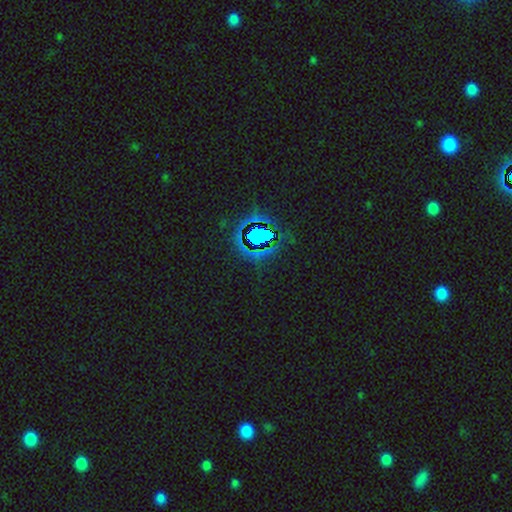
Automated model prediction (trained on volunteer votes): A star or artifact, not a galaxy (72%).

Vote fractions:
- Smooth or featured? star or artifact: 72% / featured or disk: 15% / smooth: 13%